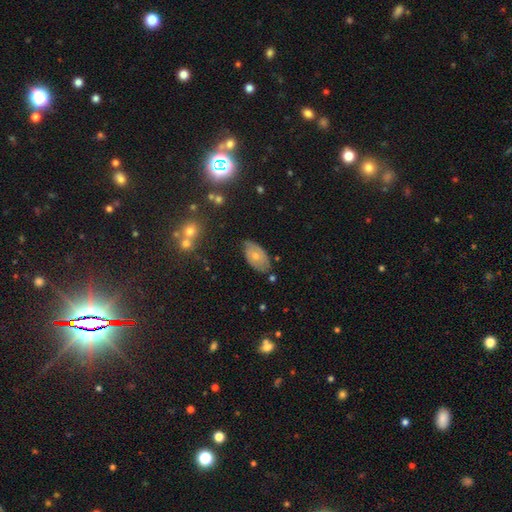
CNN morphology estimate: Overall: smooth (51%; featured or disk 40%). How rounded: in between (92%). Merging: none (67%).